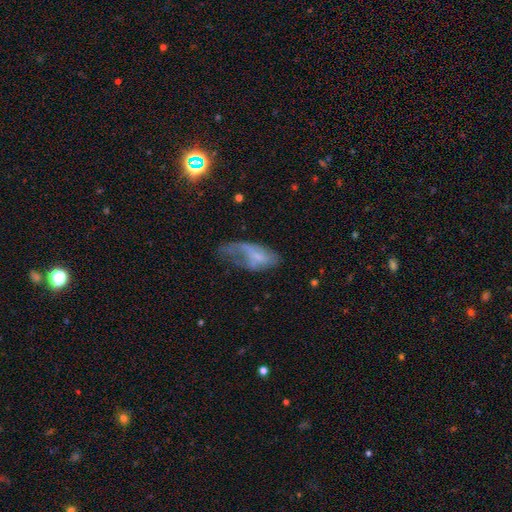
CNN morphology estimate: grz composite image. It shows a featured or disk galaxy (46%). Merging: major disturbance (49%).